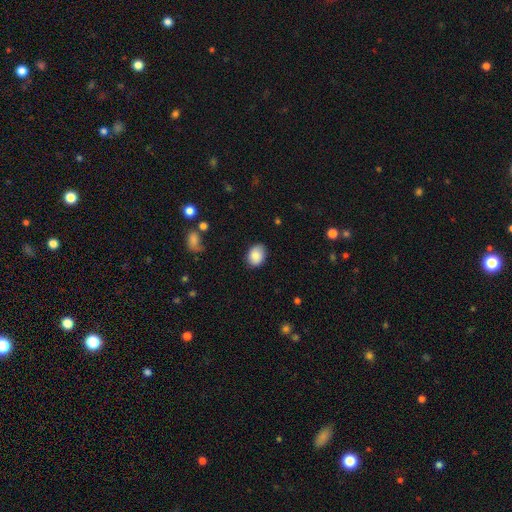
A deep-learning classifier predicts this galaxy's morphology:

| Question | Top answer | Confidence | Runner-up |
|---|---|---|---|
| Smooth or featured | smooth | 87% | star or artifact (7%) |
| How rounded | in between | 63% | round (36%) |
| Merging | none | 81% | minor disturbance (14%) |